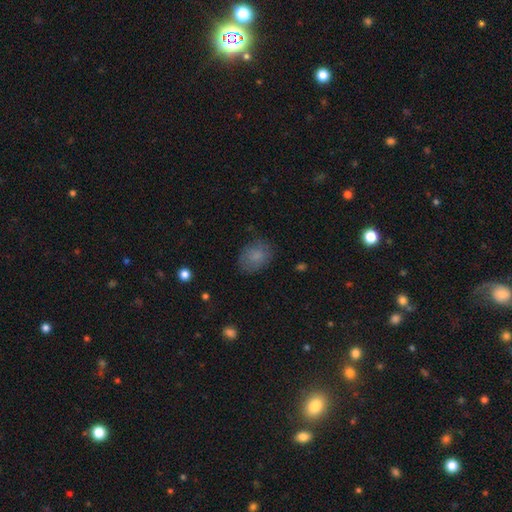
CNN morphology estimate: A smooth galaxy with no disk features (79%) that is in between round and cigar-shaped (65%).

Vote fractions:
- Smooth or featured? smooth: 79% / featured or disk: 11% / star or artifact: 10%
- How rounded? in between: 65% / round: 34% / cigar-shaped: 1%
- Merging? none: 73% / minor disturbance: 19% / major disturbance: 6% / merger: 1%